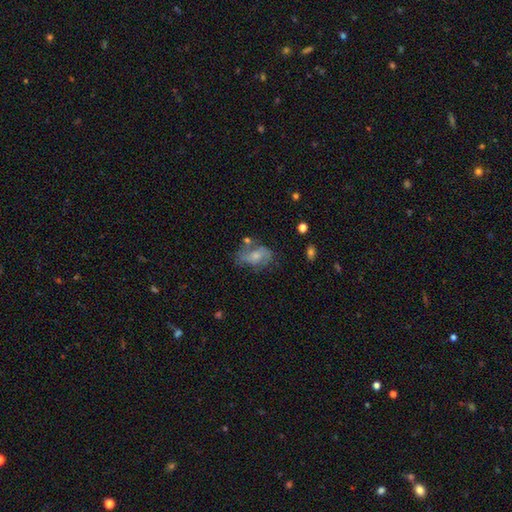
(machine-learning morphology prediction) The model was most divided on "smooth or featured": featured or disk: 50%, smooth: 40%, star or artifact: 10%. Remaining: edge-on disk — no (95%); merging — none (49%).